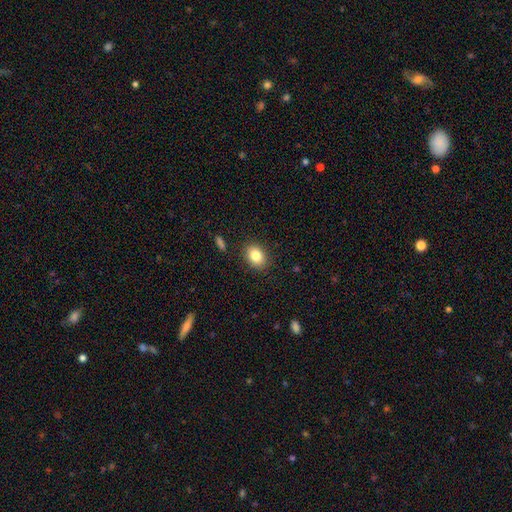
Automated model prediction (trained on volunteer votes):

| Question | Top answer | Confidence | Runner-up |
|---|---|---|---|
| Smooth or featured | smooth | 83% | star or artifact (9%) |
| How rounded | in between | 63% | round (36%) |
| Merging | none | 87% | minor disturbance (9%) |